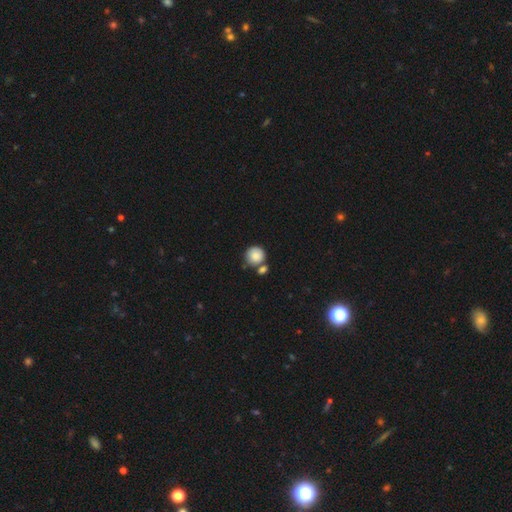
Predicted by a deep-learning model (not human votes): smooth 85%, star or artifact 8%, featured or disk 7%. Down the decision tree: how rounded — round (92%); merging — none (59%).